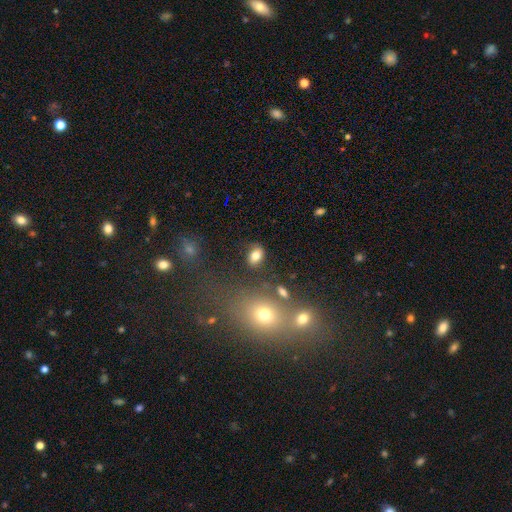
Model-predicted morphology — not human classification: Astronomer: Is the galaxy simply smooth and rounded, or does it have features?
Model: smooth — 80%.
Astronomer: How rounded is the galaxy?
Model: in between — 76%.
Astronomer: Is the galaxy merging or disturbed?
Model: none — 78%.